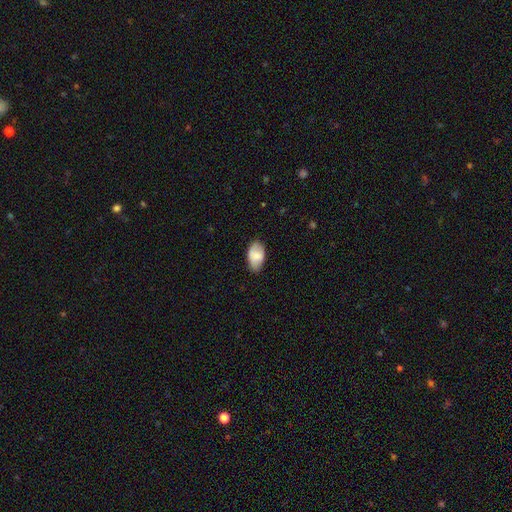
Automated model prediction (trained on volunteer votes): Smooth or featured: smooth — 82% (featured or disk — 11%)
How rounded: in between — 94% (round — 5%)
Merging: none — 75% (minor disturbance — 20%)